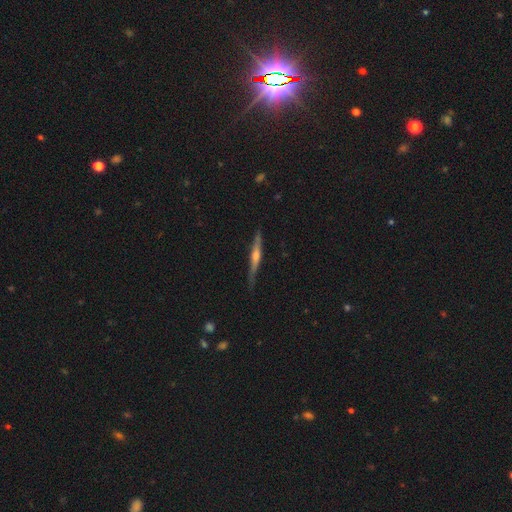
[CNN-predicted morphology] This is likely a featured or disk galaxy (73%). It is clearly viewed edge-on (98%). Edge-on bulge: clearly rounded (81%). Merging: clearly none (83%).